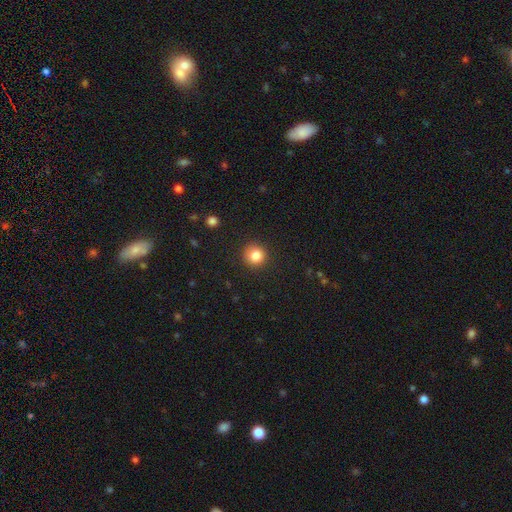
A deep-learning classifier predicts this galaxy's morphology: smooth_or_featured: smooth (p=0.83) [alt: star or artifact p=0.11]
how_rounded: round (p=0.94) [alt: in between p=0.05]
merging: none (p=0.91) [alt: minor disturbance p=0.06]